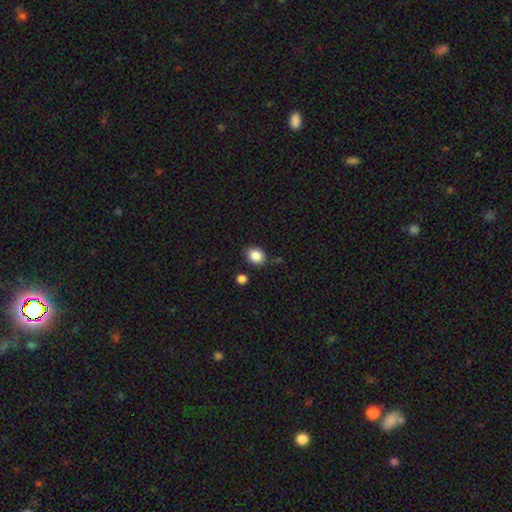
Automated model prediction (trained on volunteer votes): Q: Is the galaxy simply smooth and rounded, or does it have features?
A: smooth — 87%.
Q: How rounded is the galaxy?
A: round — 56%.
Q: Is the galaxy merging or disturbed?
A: none — 79%.